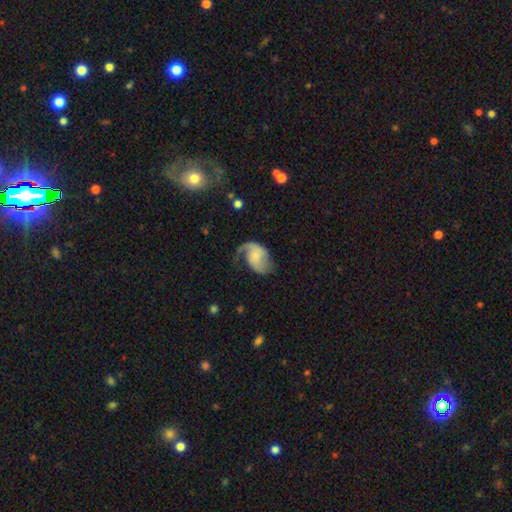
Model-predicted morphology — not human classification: Q: Smooth or featured?
A: featured or disk (73%); runner-up: smooth (21%)
Q: Edge-on disk?
A: no (97%); runner-up: yes (3%)
Q: Bar?
A: no (64%); runner-up: weak (29%)
Q: Spiral arms?
A: yes (93%); runner-up: no (7%)
Q: Spiral winding?
A: loose (50%); runner-up: medium (37%)
Q: Spiral arm count?
A: 2 (60%); runner-up: 1 (33%)
Q: Bulge size?
A: small (46%); runner-up: none (25%)
Q: Merging?
A: none (45%); runner-up: major disturbance (28%)